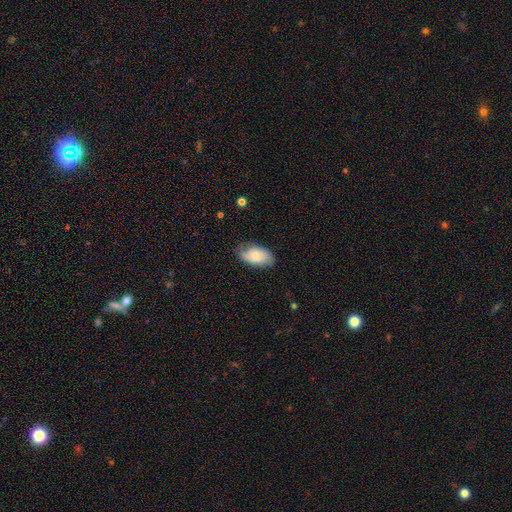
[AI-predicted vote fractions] This appears to be a smooth galaxy with no disk features (73%) that is in between round and cigar-shaped (94%). Merging: none (67%).